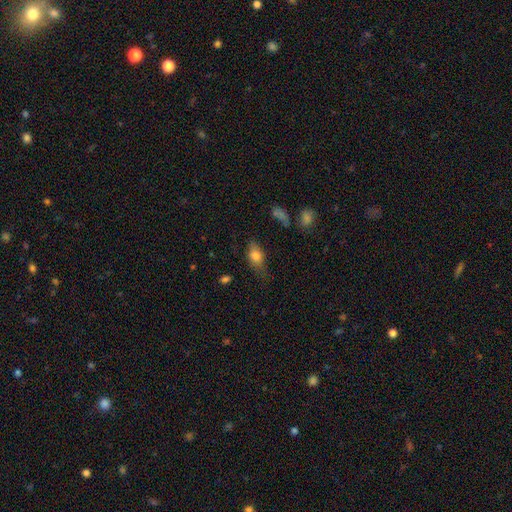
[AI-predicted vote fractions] Smooth or featured: smooth — 74% (featured or disk — 18%)
How rounded: in between — 81% (cigar-shaped — 10%)
Merging: none — 63% (minor disturbance — 26%)